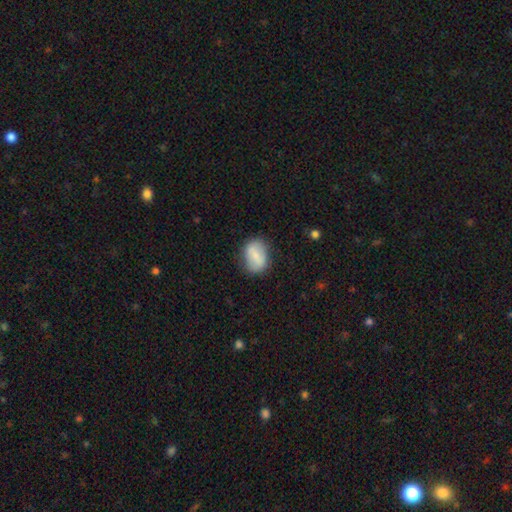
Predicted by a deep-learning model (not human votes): Overall: smooth (72%). How rounded: in between (70%). Merging: none (78%).